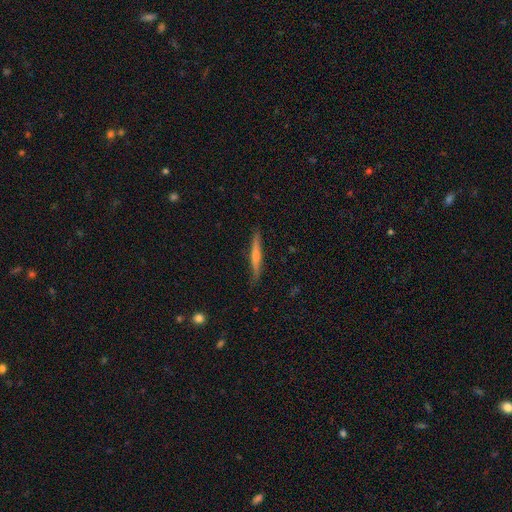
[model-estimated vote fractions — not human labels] The model was most divided on "smooth or featured": featured or disk: 49%, smooth: 45%, star or artifact: 6%. More confident: merging — none (85%).